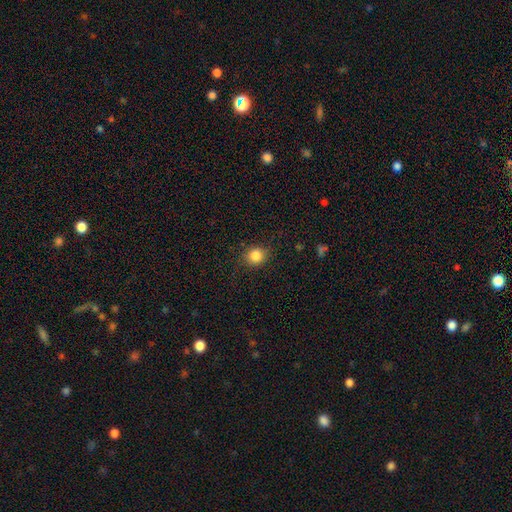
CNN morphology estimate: Q: Smooth or featured?
A: smooth (84%); runner-up: star or artifact (11%)
Q: How rounded?
A: round (84%); runner-up: in between (15%)
Q: Merging?
A: none (86%); runner-up: minor disturbance (10%)